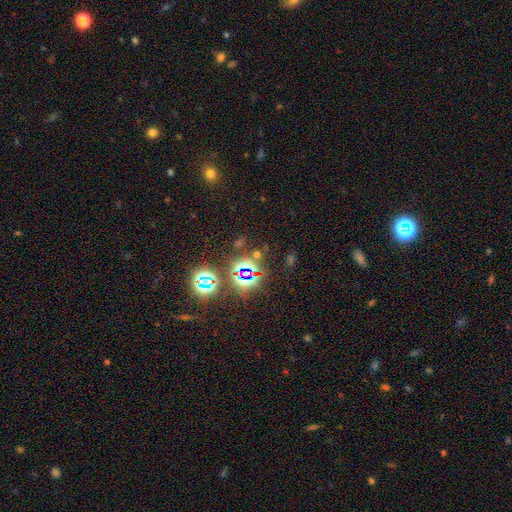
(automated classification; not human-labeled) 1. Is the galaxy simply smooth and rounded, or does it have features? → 78% star or artifact, 14% smooth, 8% featured or disk.